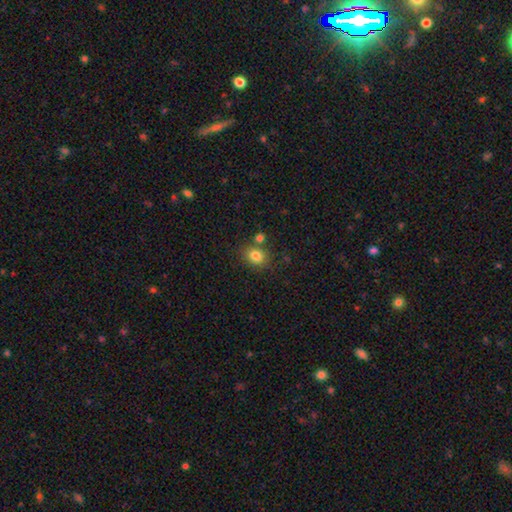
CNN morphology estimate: type=smooth (83%); roundness=round (57%); merging=none (72%).